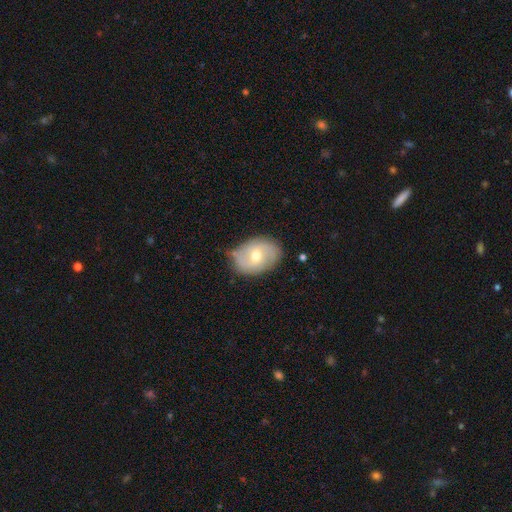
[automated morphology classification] type=featured or disk (50%); merging=none (70%).